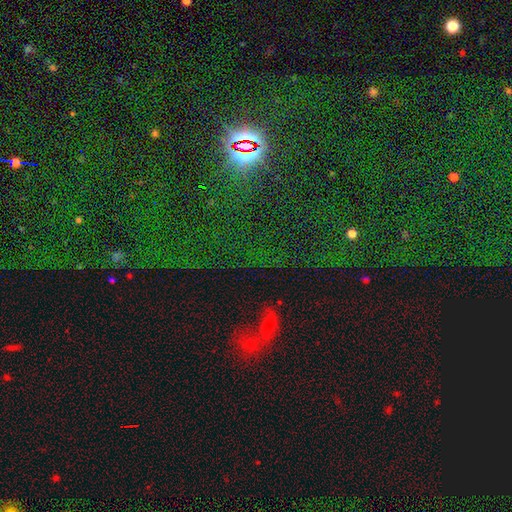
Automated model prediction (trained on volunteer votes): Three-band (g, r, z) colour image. It shows a star or artifact, not a galaxy (75%).